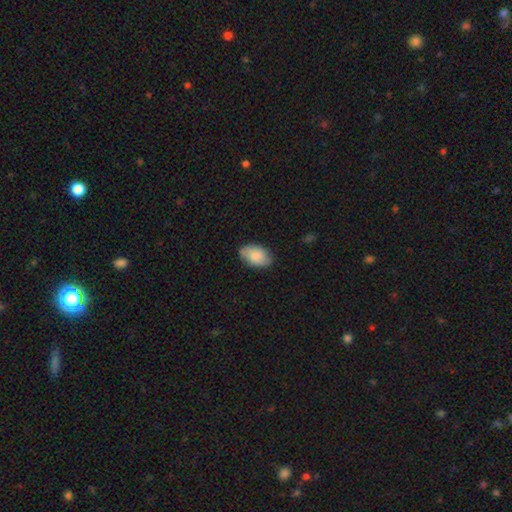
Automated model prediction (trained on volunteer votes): Smooth or featured: smooth — 76% (featured or disk — 17%)
How rounded: in between — 91% (round — 8%)
Merging: none — 79% (minor disturbance — 17%)